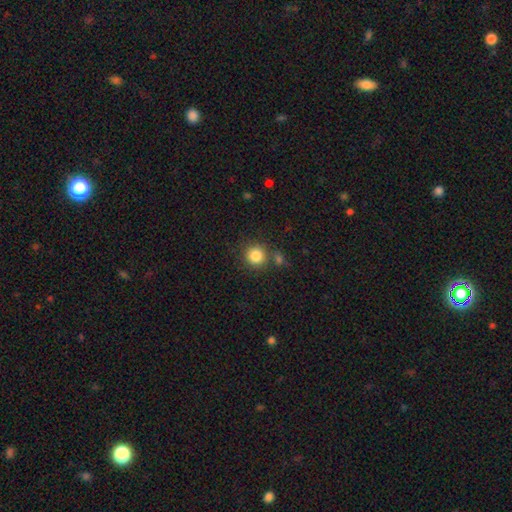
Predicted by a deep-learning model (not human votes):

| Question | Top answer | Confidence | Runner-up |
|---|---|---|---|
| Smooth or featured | smooth | 85% | star or artifact (10%) |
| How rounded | round | 92% | in between (7%) |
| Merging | none | 77% | merger (11%) |